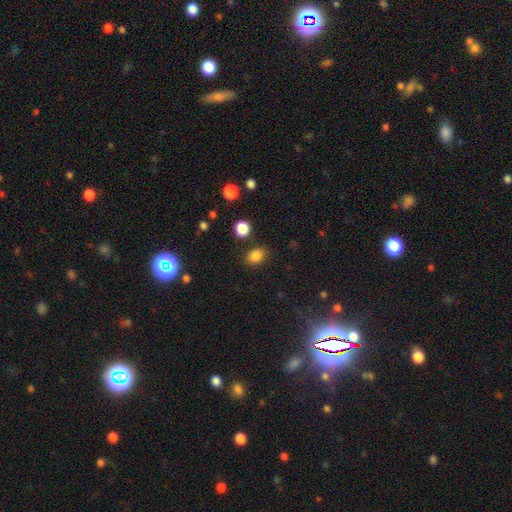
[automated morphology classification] Smooth or featured? smooth (83%)
How rounded? in between (63%)
Merging? none (83%)